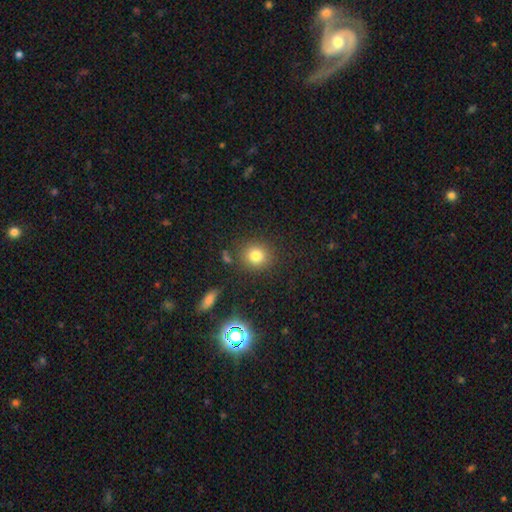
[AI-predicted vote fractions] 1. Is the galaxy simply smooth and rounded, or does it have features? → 79% smooth, 14% star or artifact, 7% featured or disk.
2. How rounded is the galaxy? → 85% round, 14% in between, 1% cigar-shaped.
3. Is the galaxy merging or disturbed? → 84% none, 9% minor disturbance, 4% merger, 3% major disturbance.